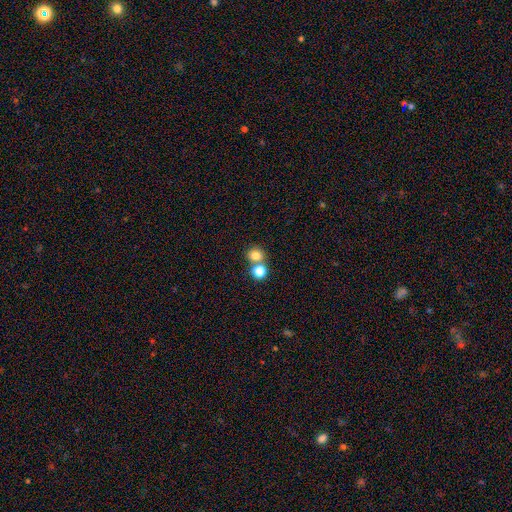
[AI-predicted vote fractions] Smooth or featured: smooth — 78% (star or artifact — 14%)
How rounded: round — 84% (in between — 15%)
Merging: none — 55% (merger — 37%)